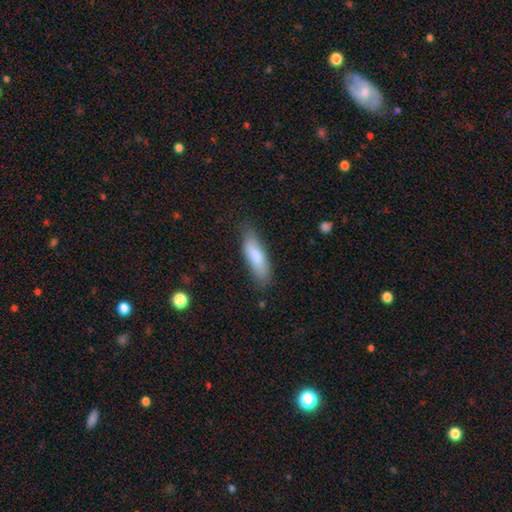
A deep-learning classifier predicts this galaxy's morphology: Q: Smooth or featured?
A: smooth (81%); runner-up: featured or disk (13%)
Q: How rounded?
A: in between (50%); runner-up: cigar-shaped (49%)
Q: Merging?
A: none (76%); runner-up: minor disturbance (18%)